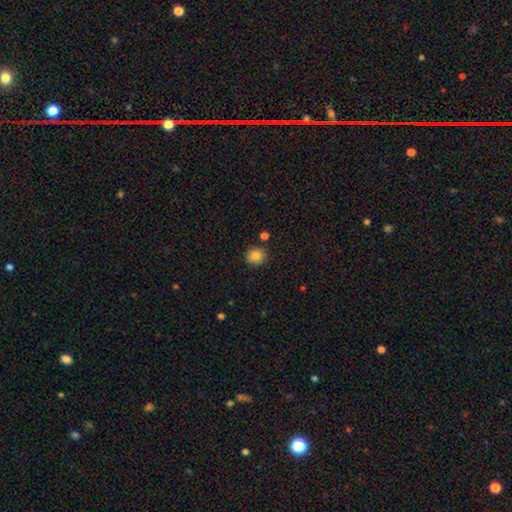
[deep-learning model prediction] Smooth or featured: smooth — 83% (star or artifact — 10%)
How rounded: round — 84% (in between — 15%)
Merging: none — 86% (minor disturbance — 8%)